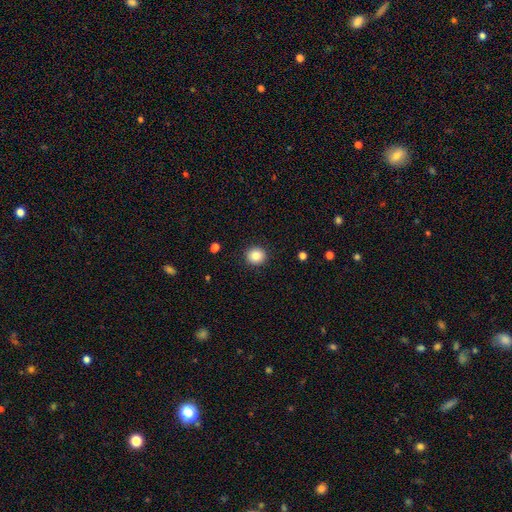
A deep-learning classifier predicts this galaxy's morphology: Smooth or featured? Predicted: smooth (p=0.84). How rounded? Predicted: round (p=0.89). Merging? Predicted: none (p=0.92).